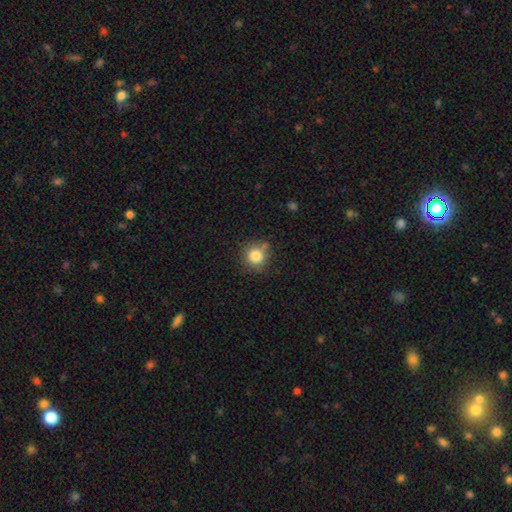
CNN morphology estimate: Smooth or featured? smooth (82%)
How rounded? round (91%)
Merging? none (75%)